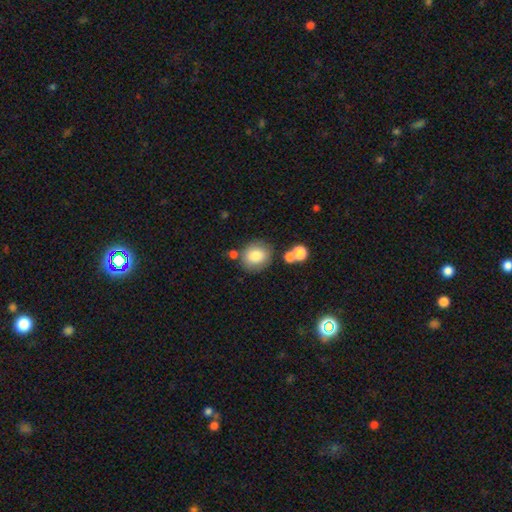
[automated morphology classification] smooth 81%, featured or disk 10%, star or artifact 9%. Down the decision tree: how rounded — round (76%); merging — none (73%).